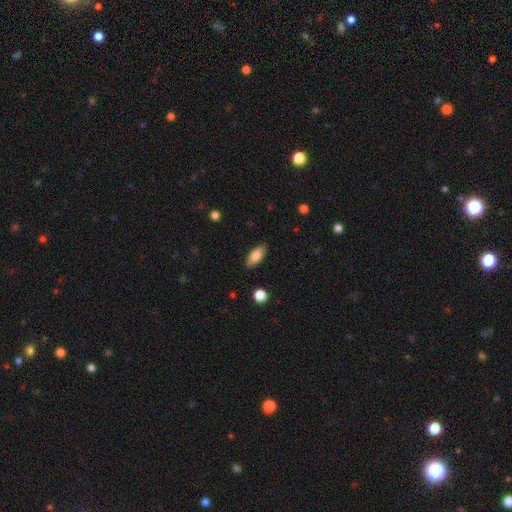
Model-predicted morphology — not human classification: Smooth or featured? Predicted: smooth (p=0.81). How rounded? Predicted: in between (p=0.86). Merging? Predicted: none (p=0.87).